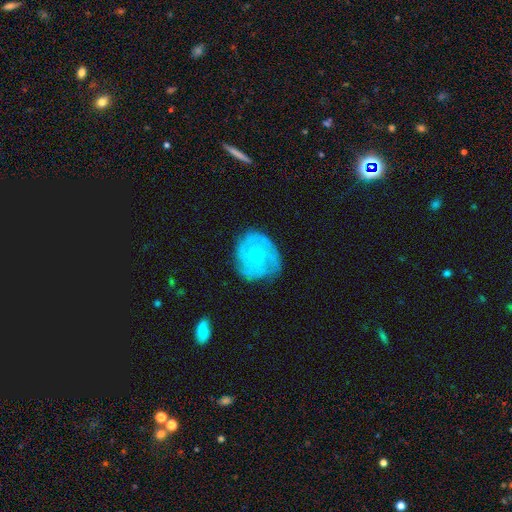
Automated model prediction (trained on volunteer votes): Smooth or featured: featured or disk — 75% (smooth — 18%)
Edge-on disk: no — 98% (yes — 2%)
Bar: no — 74% (weak — 22%)
Spiral arms: yes — 87% (no — 13%)
Spiral winding: tight — 59% (medium — 31%)
Spiral arm count: can't tell — 35% (3 — 25%)
Bulge size: small — 75% (moderate — 22%)
Merging: none — 67% (minor disturbance — 22%)